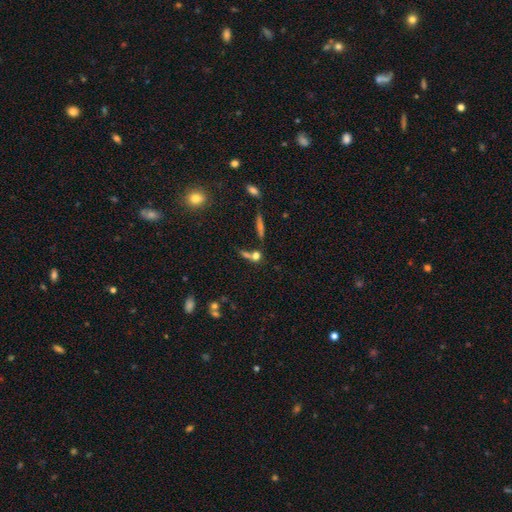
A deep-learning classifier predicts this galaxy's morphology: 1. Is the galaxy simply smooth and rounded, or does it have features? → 66% smooth, 18% star or artifact, 17% featured or disk.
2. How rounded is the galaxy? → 69% round, 20% in between, 10% cigar-shaped.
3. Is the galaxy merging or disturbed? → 49% none, 37% merger, 9% minor disturbance, 6% major disturbance.